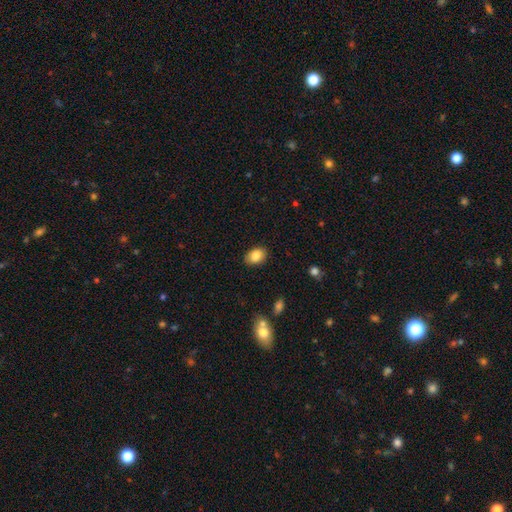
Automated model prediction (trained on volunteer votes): smooth_or_featured: smooth (p=0.85) [alt: star or artifact p=0.08]
how_rounded: in between (p=0.74) [alt: round p=0.25]
merging: none (p=0.85) [alt: minor disturbance p=0.11]